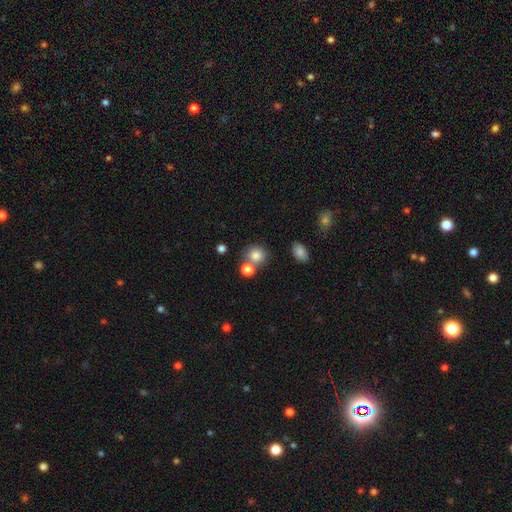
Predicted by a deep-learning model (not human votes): smooth 82%, star or artifact 11%, featured or disk 7%. Down the decision tree: how rounded — round (83%); merging — none (59%).